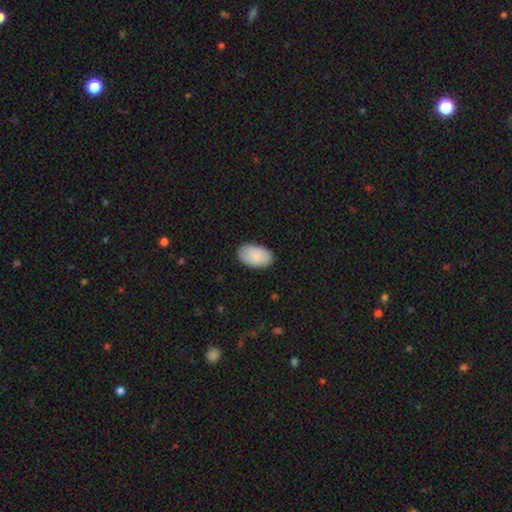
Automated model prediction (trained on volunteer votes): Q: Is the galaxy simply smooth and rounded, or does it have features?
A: smooth — 87%.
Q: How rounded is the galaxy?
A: in between — 93%.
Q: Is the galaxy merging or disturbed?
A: none — 87%.